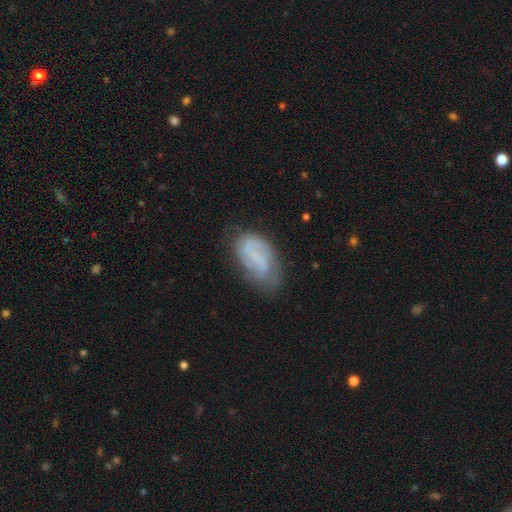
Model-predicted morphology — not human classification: A featured or disk galaxy (52%).

Vote fractions:
- Smooth or featured? featured or disk: 52% / smooth: 40% / star or artifact: 9%
- Edge-on disk? no: 96% / yes: 4%
- Merging? none: 57% / minor disturbance: 28% / major disturbance: 12% / merger: 2%